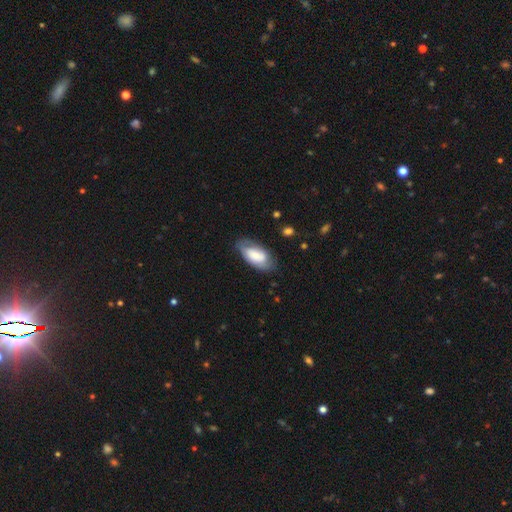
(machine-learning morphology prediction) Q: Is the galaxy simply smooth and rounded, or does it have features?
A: smooth — 58%.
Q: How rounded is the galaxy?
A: in between — 91%.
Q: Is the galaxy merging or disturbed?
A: none — 66%.